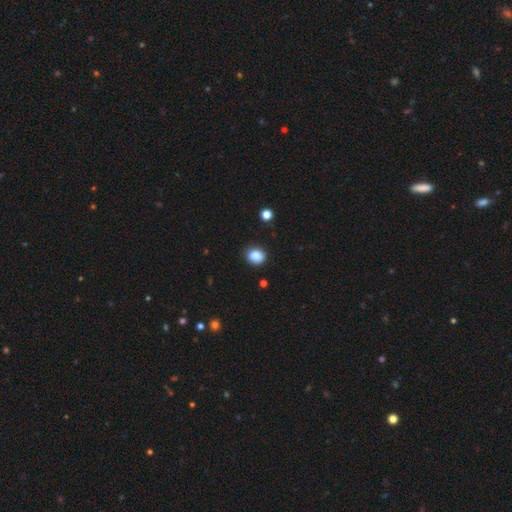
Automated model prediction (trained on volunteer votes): Q: Smooth or featured?
A: smooth (86%); runner-up: star or artifact (10%)
Q: How rounded?
A: round (56%); runner-up: in between (43%)
Q: Merging?
A: none (83%); runner-up: minor disturbance (13%)